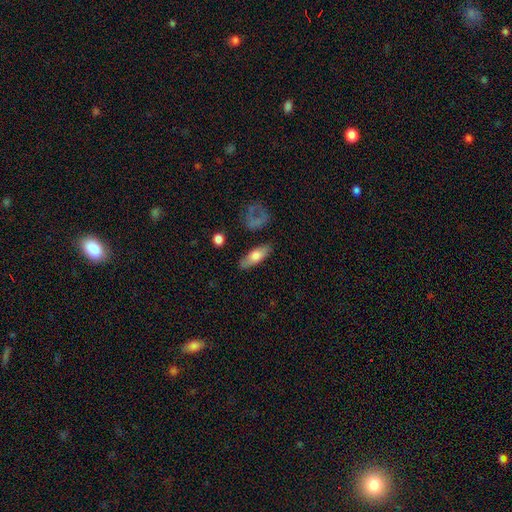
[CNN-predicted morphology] This appears to be a smooth galaxy with no disk features (67%) that is in between round and cigar-shaped (62%). Merging: none (81%).